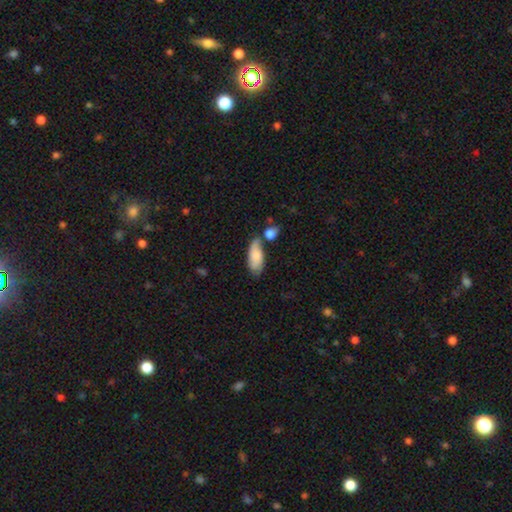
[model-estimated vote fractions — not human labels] Smooth or featured? smooth (70%)
How rounded? in between (83%)
Merging? none (50%)